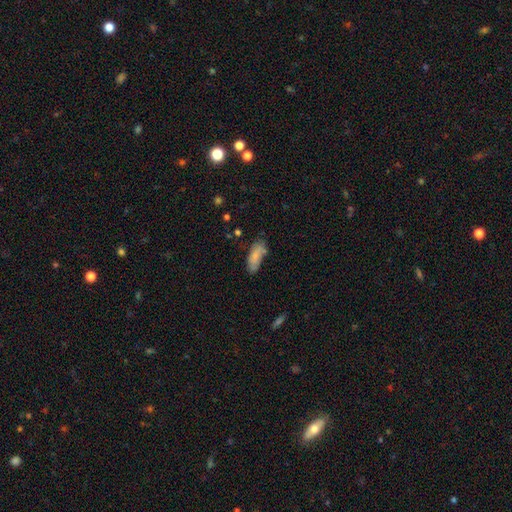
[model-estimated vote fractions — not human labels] Smooth or featured? Predicted: smooth (p=0.79). How rounded? Predicted: in between (p=0.78). Merging? Predicted: none (p=0.61).